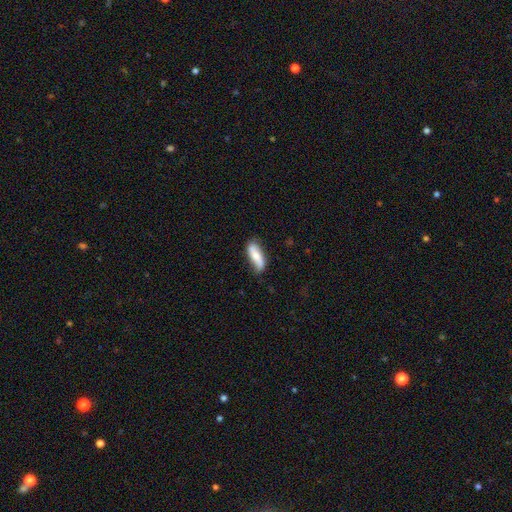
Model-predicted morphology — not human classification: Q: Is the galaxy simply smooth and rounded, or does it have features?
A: smooth — 65%.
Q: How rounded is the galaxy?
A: in between — 54%.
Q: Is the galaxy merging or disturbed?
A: none — 71%.